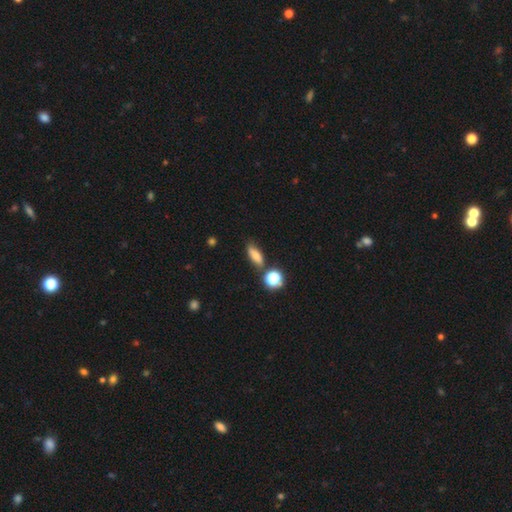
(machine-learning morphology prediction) smooth 72%, featured or disk 14%, star or artifact 14%. Down the decision tree: how rounded — in between (64%); merging — none (70%).